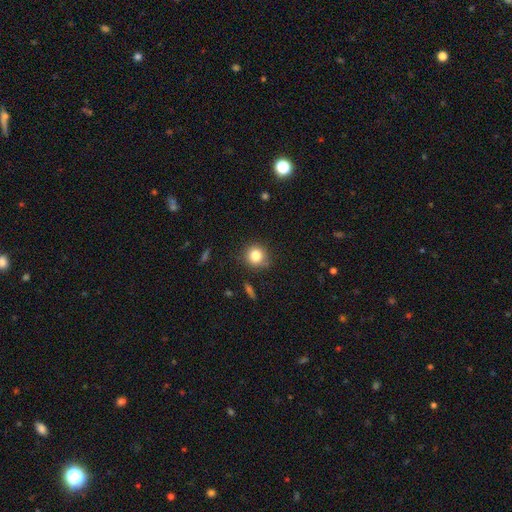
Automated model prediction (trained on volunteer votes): Morphology: type=smooth (83%); roundness=round (88%); merging=none (83%).